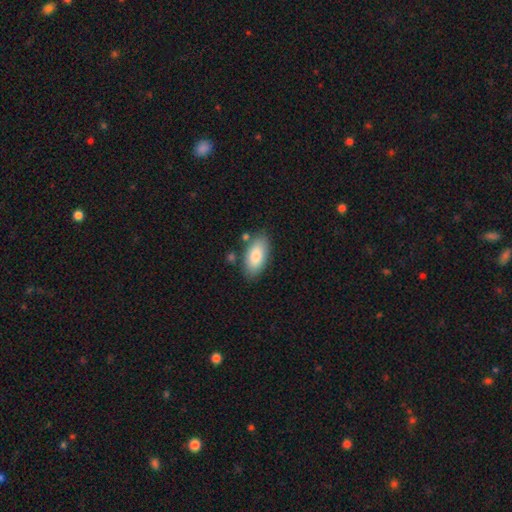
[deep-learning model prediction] A smooth galaxy with no disk features (82%) that is in between round and cigar-shaped (93%).

Vote fractions:
- Smooth or featured? smooth: 82% / featured or disk: 11% / star or artifact: 6%
- How rounded? in between: 93% / cigar-shaped: 5% / round: 3%
- Merging? none: 80% / minor disturbance: 13% / merger: 5% / major disturbance: 3%